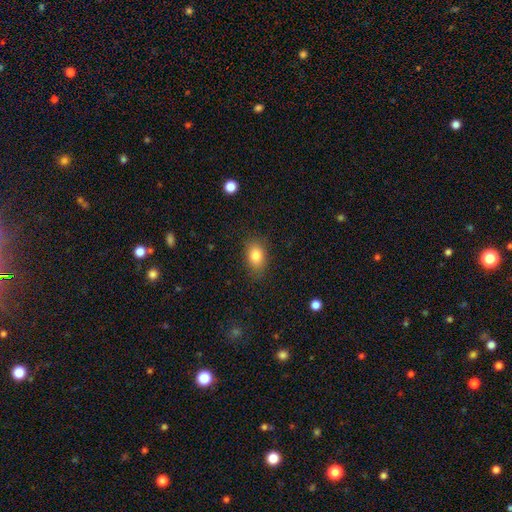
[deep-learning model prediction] Smooth or featured: smooth — 82% (star or artifact — 9%)
How rounded: in between — 78% (round — 21%)
Merging: none — 82% (minor disturbance — 13%)